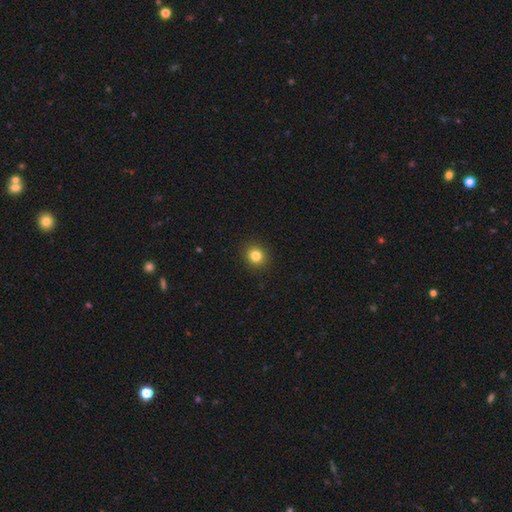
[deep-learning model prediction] Overall: smooth (82%). How rounded: round (87%). Merging: none (92%).